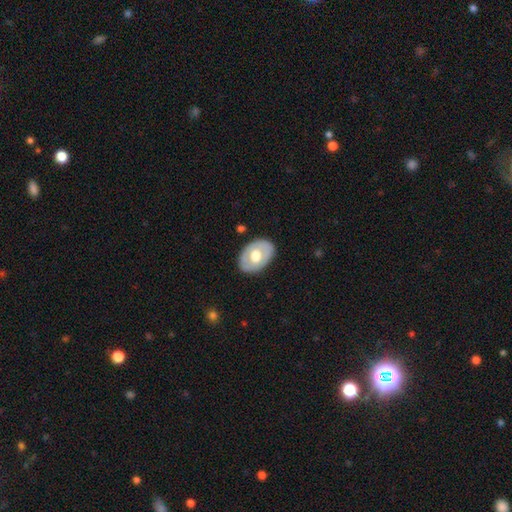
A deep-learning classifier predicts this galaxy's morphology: smooth-or-featured: smooth: 52% | featured or disk: 43% | star or artifact: 5%
  how-rounded: in between: 81% | round: 18% | cigar-shaped: 1%
  merging: none: 84% | minor disturbance: 12% | major disturbance: 3% | merger: 1%